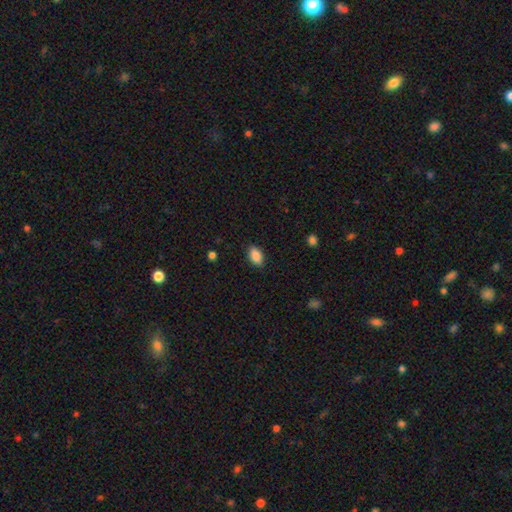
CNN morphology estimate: A smooth galaxy with no disk features (88%) that is in between round and cigar-shaped (91%). Merging: none (88%).